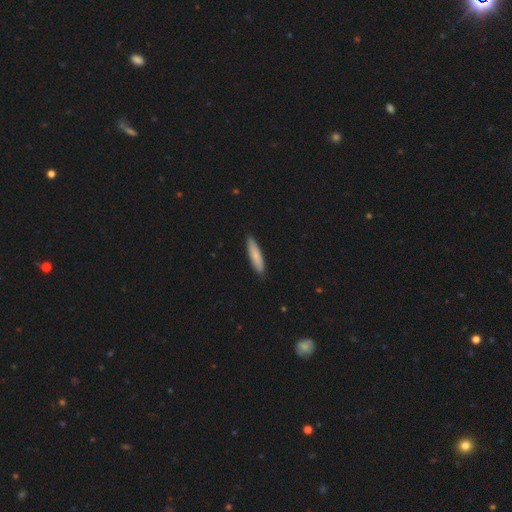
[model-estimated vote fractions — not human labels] This appears to be a smooth galaxy with no disk features (80%) that is cigar-shaped (77%). Merging: none (88%).